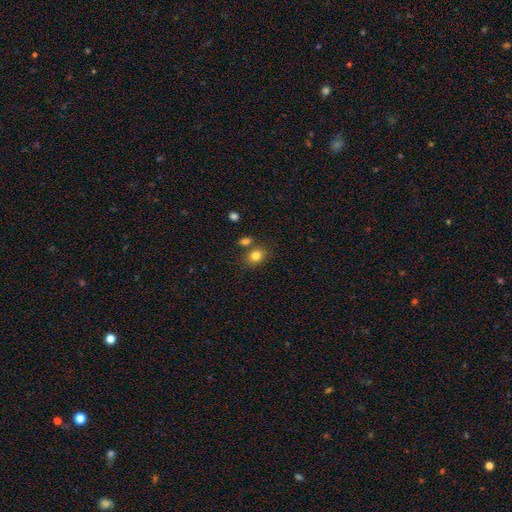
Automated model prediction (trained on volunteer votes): A smooth galaxy with no disk features (82%) that is round (54%).

Vote fractions:
- Smooth or featured? smooth: 82% / star or artifact: 11% / featured or disk: 7%
- How rounded? round: 54% / in between: 45% / cigar-shaped: 1%
- Merging? none: 70% / merger: 14% / minor disturbance: 12% / major disturbance: 4%